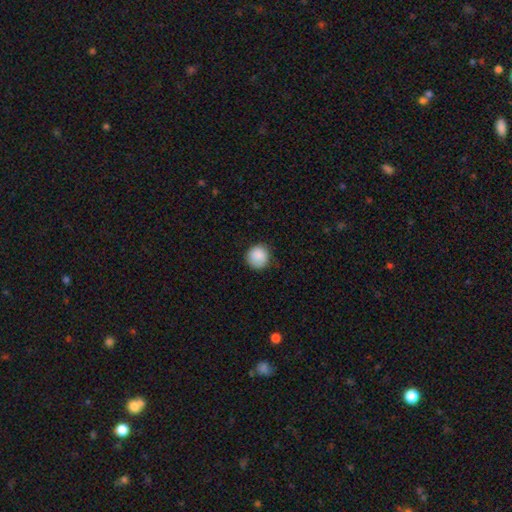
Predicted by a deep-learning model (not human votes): This is clearly a smooth galaxy (89%). How rounded: clearly round (93%). Merging: clearly none (86%).